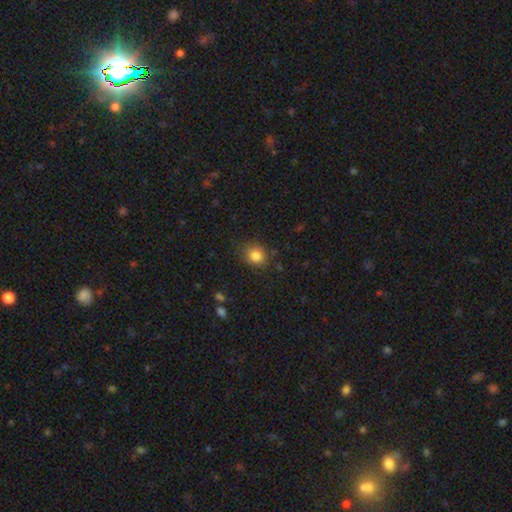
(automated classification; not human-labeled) Smooth or featured?
  - smooth: 83% *
  - star or artifact: 11%
  - featured or disk: 7%
How rounded?
  - round: 65% *
  - in between: 34%
  - cigar-shaped: 1%
Merging?
  - none: 76% *
  - minor disturbance: 18%
  - major disturbance: 5%
  - merger: 2%